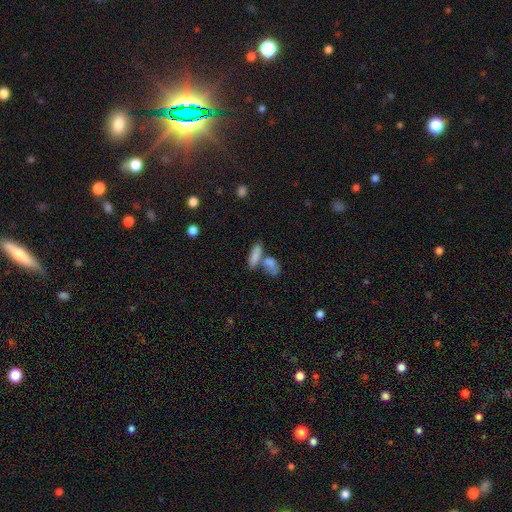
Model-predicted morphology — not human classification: Smooth or featured? smooth (82%)
How rounded? in between (65%)
Merging? none (44%)